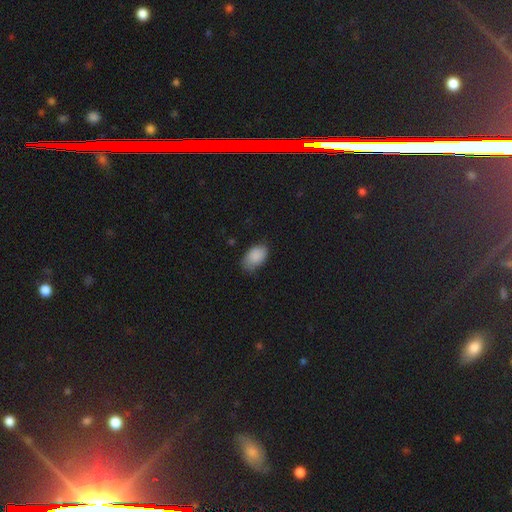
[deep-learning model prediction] Smooth or featured?
  - smooth: 88% *
  - star or artifact: 7%
  - featured or disk: 5%
How rounded?
  - in between: 91% *
  - round: 8%
  - cigar-shaped: 1%
Merging?
  - none: 68% *
  - minor disturbance: 26%
  - major disturbance: 5%
  - merger: 1%